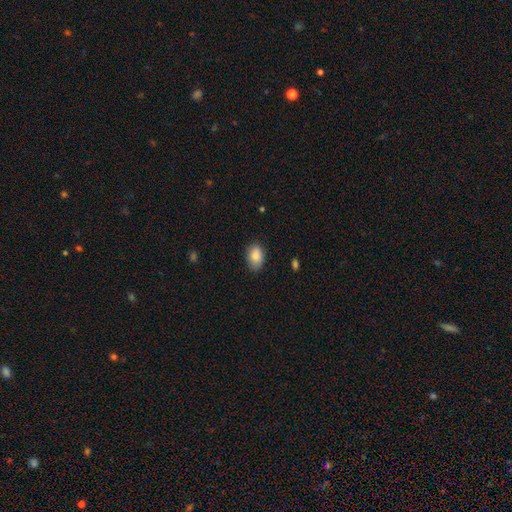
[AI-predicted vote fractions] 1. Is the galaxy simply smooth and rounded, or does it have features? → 87% smooth, 7% star or artifact, 6% featured or disk.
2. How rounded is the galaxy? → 84% in between, 15% round, 1% cigar-shaped.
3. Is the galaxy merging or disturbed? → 79% none, 16% minor disturbance, 3% major disturbance, 1% merger.